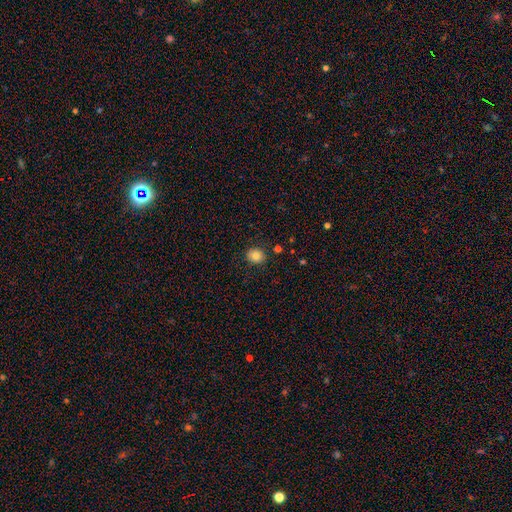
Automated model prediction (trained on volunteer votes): Smooth or featured?
  - smooth: 82% *
  - star or artifact: 10%
  - featured or disk: 8%
How rounded?
  - round: 66% *
  - in between: 33%
  - cigar-shaped: 1%
Merging?
  - none: 87% *
  - minor disturbance: 9%
  - major disturbance: 2%
  - merger: 2%